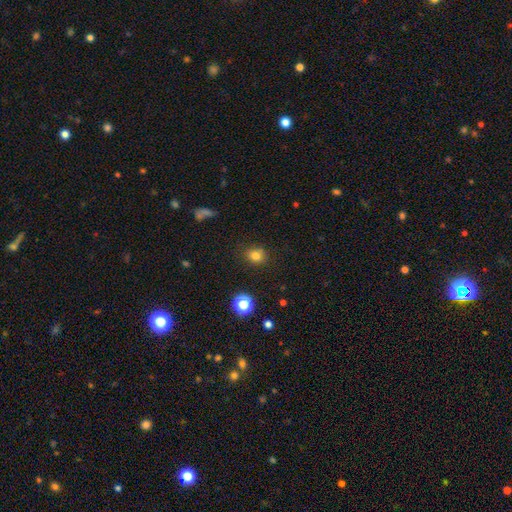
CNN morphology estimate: smooth 78%, star or artifact 15%, featured or disk 6%. Down the decision tree: how rounded — round (66%); merging — none (81%).